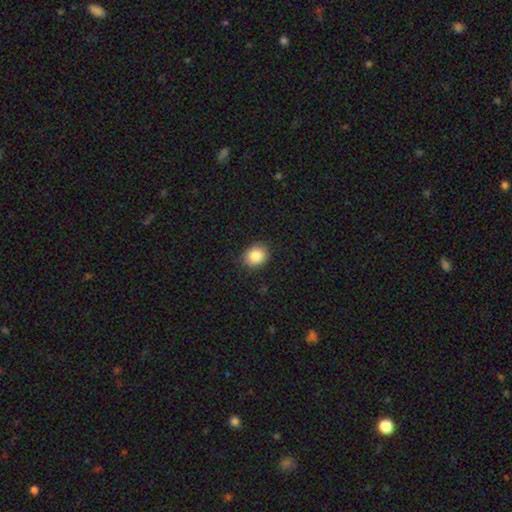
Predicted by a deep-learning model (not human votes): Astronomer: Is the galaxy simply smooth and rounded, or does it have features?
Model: smooth — 85%.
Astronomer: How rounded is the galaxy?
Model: round — 55% (runner-up: in between, 44%).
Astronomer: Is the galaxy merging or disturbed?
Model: none — 86%.